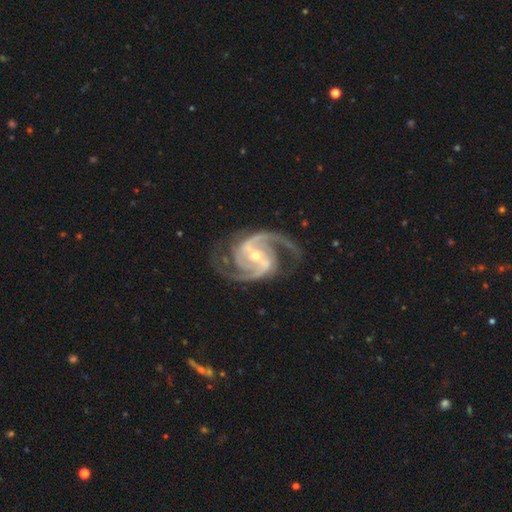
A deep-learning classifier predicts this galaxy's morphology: This appears to be a featured or disk galaxy (94%) with a strong bar (44%), 2 (72%) medium (63%) spiral arms (99%) and a small central bulge (54%). Merging: none (74%).